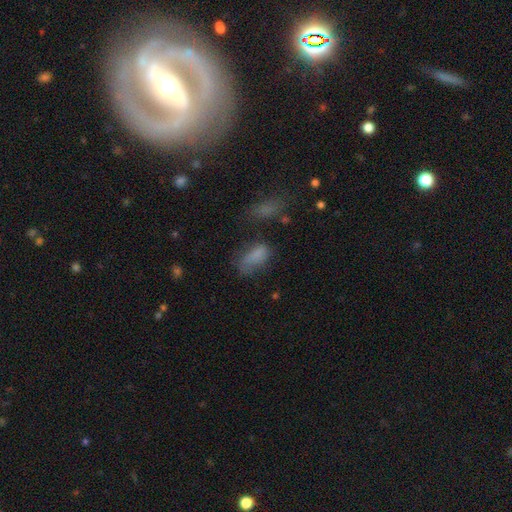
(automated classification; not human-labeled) Smooth or featured? Predicted: smooth (p=0.77). How rounded? Predicted: in between (p=0.86). Merging? Predicted: none (p=0.43).